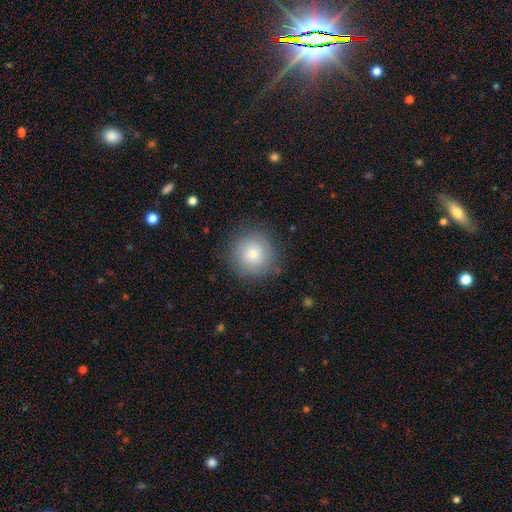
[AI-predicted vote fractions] Smooth or featured: smooth — 79% (featured or disk — 11%)
How rounded: round — 95% (in between — 4%)
Merging: none — 85% (minor disturbance — 10%)